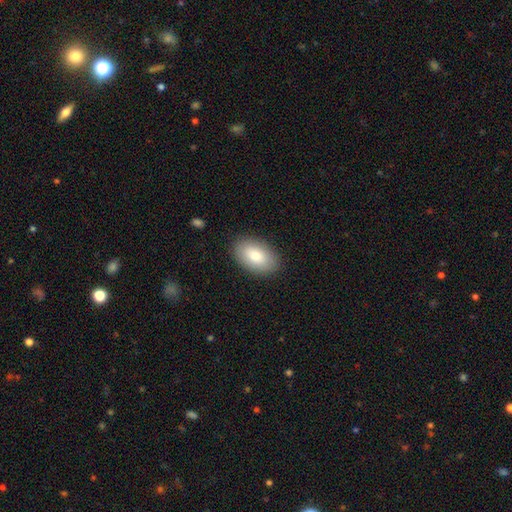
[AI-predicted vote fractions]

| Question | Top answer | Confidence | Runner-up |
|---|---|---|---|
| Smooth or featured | smooth | 79% | featured or disk (14%) |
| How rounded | in between | 92% | round (7%) |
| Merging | none | 88% | minor disturbance (9%) |